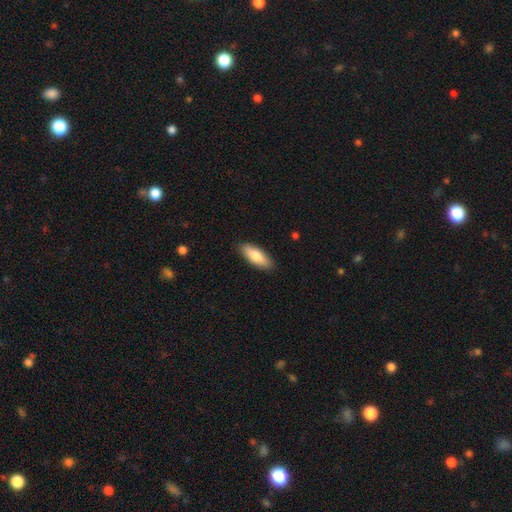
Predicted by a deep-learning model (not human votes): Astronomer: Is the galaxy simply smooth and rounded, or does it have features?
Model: smooth — 77%.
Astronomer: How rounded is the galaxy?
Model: in between — 64%.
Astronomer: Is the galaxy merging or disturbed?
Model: none — 88%.